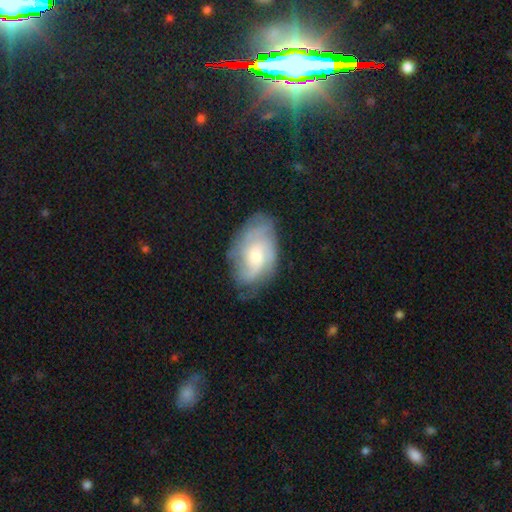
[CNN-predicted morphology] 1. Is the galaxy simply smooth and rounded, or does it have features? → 73% featured or disk, 21% smooth, 6% star or artifact.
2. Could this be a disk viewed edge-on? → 96% no, 4% yes.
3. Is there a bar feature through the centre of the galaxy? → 71% no, 25% weak, 4% strong.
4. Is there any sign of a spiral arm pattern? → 90% yes, 10% no.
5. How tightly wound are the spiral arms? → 49% tight, 37% medium, 14% loose.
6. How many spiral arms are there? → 39% can't tell, 21% 3, 20% 2, 10% 4, 5% 1, 5% more than 4.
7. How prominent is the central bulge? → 50% moderate, 43% small, 4% large, 2% none, 1% dominant.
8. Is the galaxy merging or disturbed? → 69% none, 22% minor disturbance, 8% major disturbance, 1% merger.